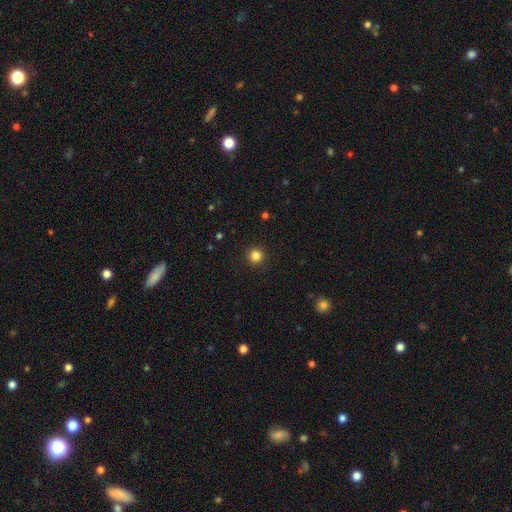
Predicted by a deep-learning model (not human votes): Smooth or featured? smooth (83%)
How rounded? round (96%)
Merging? none (92%)